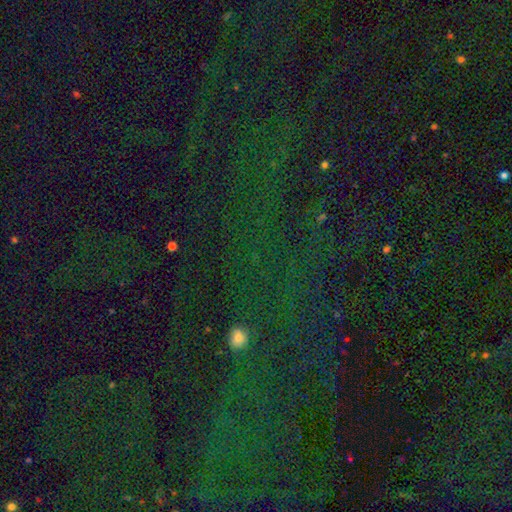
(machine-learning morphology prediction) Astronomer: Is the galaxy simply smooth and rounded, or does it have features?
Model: star or artifact — 81%.